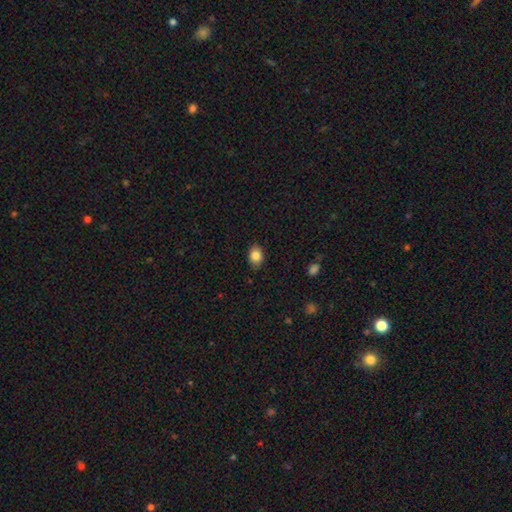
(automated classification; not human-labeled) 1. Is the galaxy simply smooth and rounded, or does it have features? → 84% smooth, 9% star or artifact, 8% featured or disk.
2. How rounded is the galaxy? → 74% in between, 25% round, 1% cigar-shaped.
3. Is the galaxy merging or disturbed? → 85% none, 11% minor disturbance, 2% major disturbance, 1% merger.